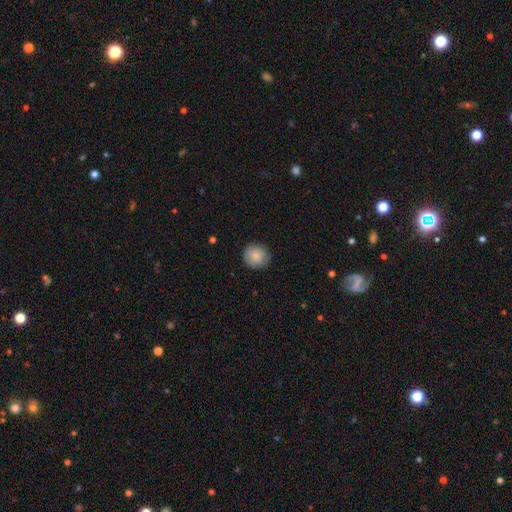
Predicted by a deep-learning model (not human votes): A smooth galaxy with no disk features (84%) that is round (92%). Merging: none (87%).